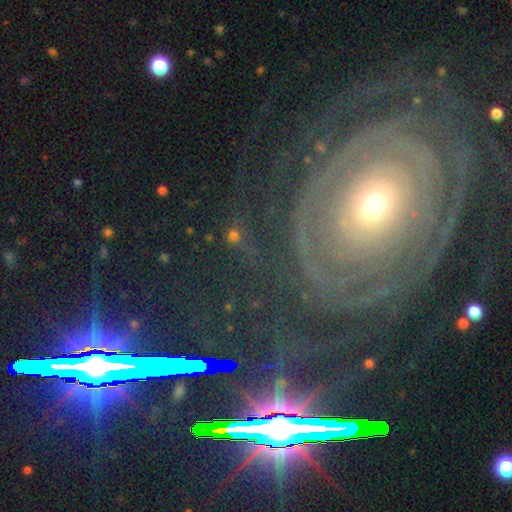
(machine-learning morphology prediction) Smooth or featured? featured or disk (68%)
Edge-on disk? no (92%)
Bar? no (75%)
Spiral arms? yes (84%)
Spiral winding? tight (82%)
Spiral arm count? can't tell (41%)
Bulge size? small (49%)
Merging? none (77%)